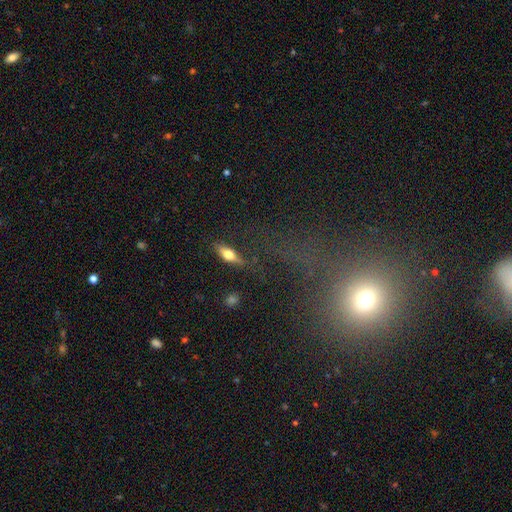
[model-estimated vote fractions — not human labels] smooth-or-featured: star or artifact: 53% | smooth: 34% | featured or disk: 13%